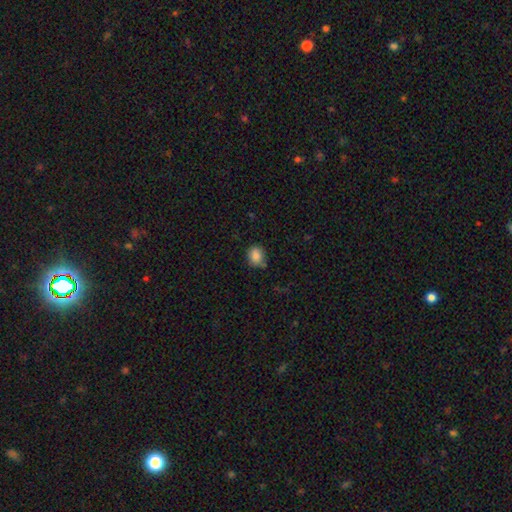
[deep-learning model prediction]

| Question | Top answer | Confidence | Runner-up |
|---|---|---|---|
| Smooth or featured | smooth | 85% | star or artifact (9%) |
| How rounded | round | 66% | in between (33%) |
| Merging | none | 76% | minor disturbance (16%) |